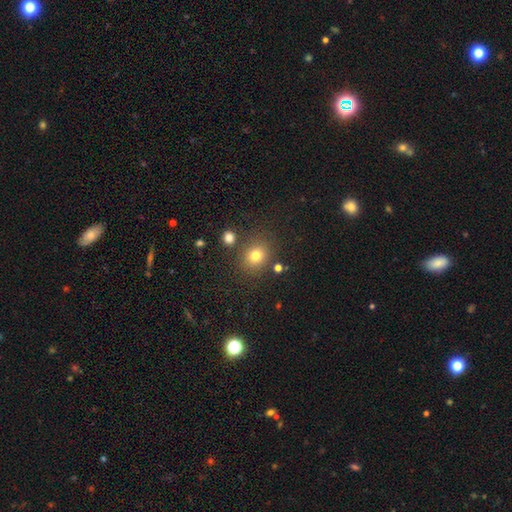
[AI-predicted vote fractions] smooth 77%, star or artifact 15%, featured or disk 8%. Down the decision tree: how rounded — round (70%); merging — none (80%).